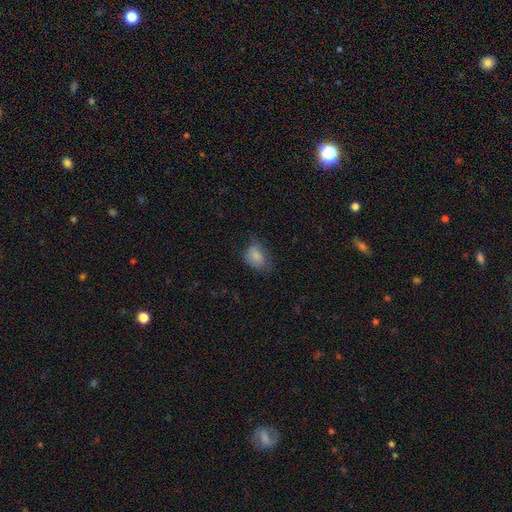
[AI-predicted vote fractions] Morphology: type=smooth (81%); roundness=in between (74%); merging=none (56%).